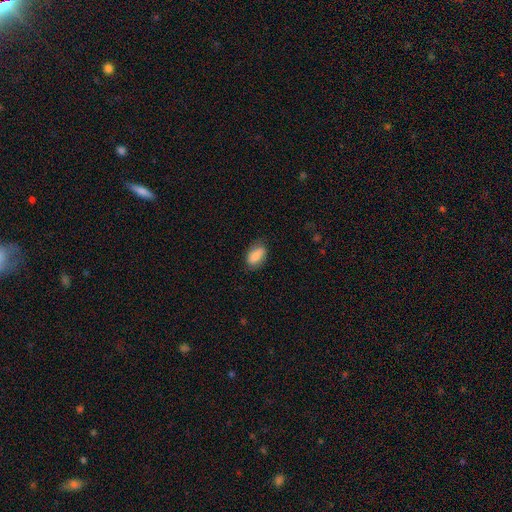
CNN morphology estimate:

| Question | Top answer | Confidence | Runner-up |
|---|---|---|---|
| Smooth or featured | smooth | 79% | featured or disk (14%) |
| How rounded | in between | 89% | round (7%) |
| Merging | none | 76% | minor disturbance (19%) |